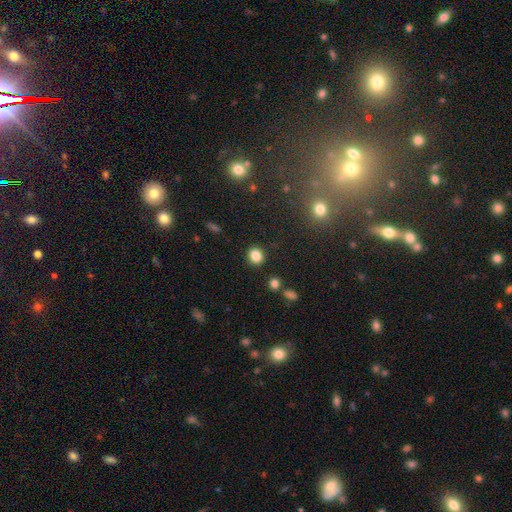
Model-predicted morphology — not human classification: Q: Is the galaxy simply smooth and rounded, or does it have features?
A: smooth — 84%.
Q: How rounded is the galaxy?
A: round — 75%.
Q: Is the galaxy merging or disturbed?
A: none — 88%.